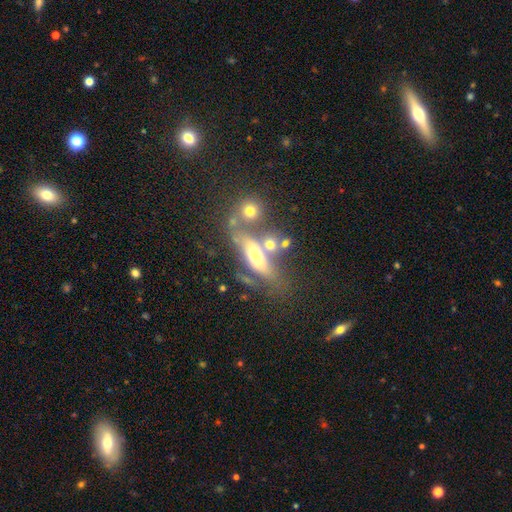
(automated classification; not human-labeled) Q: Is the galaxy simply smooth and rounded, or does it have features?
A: featured or disk — 49%.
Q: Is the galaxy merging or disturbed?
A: none — 44%.